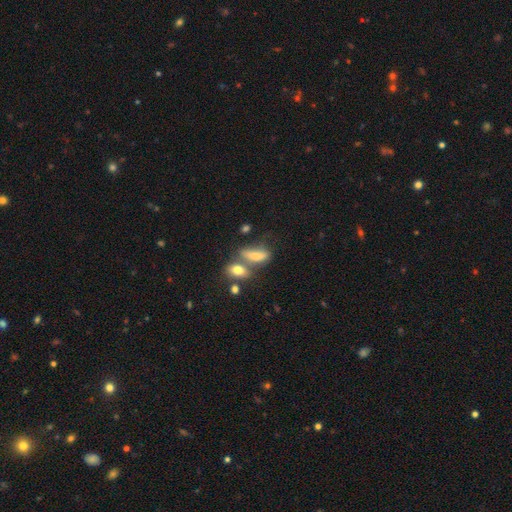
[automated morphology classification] A smooth galaxy with no disk features (75%) that is in between round and cigar-shaped (70%). Merging: merger (37%).